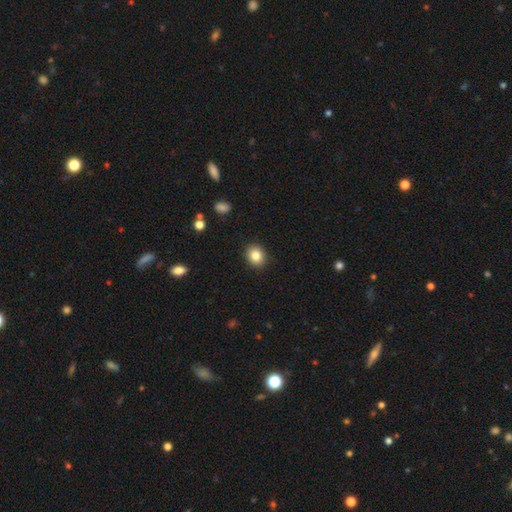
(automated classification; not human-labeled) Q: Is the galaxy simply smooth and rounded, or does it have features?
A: smooth — 84%.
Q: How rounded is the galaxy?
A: round — 62%.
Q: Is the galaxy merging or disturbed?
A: none — 90%.